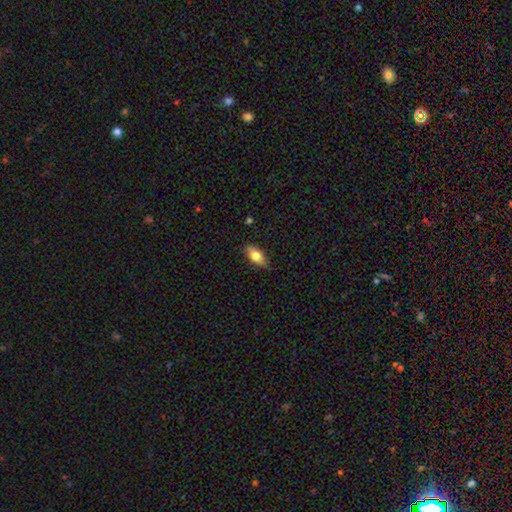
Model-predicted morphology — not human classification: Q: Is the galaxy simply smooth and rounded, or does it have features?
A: smooth — 75%.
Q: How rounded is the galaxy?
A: in between — 86%.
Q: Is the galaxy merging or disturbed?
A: none — 82%.